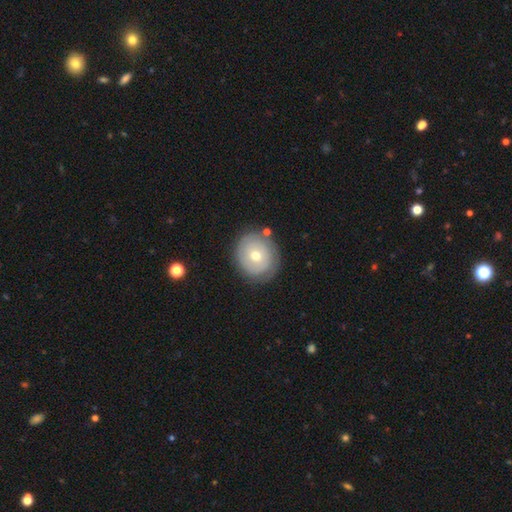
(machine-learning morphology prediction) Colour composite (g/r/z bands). It shows a smooth galaxy with no disk features (52%) that is round (81%). Merging: none (77%).